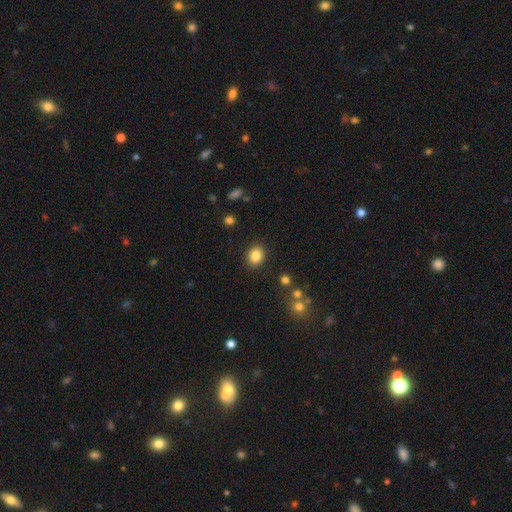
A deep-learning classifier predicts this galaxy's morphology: A smooth galaxy with no disk features (85%) that is round (51%).

Vote fractions:
- Smooth or featured? smooth: 85% / star or artifact: 10% / featured or disk: 6%
- How rounded? round: 51% / in between: 48% / cigar-shaped: 1%
- Merging? none: 88% / minor disturbance: 8% / major disturbance: 2% / merger: 2%